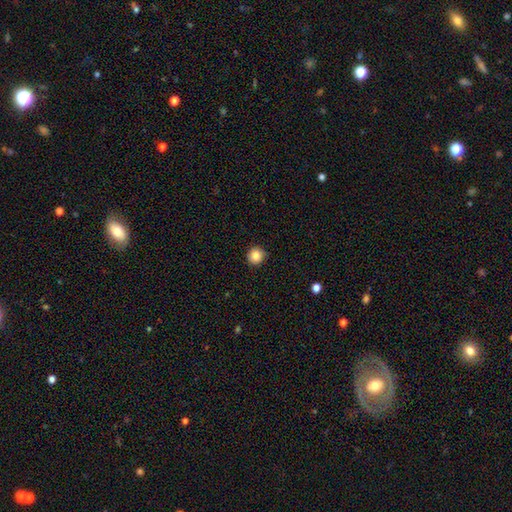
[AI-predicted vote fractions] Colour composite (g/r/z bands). It shows a smooth galaxy with no disk features (87%) that is round (93%). Merging: none (89%).